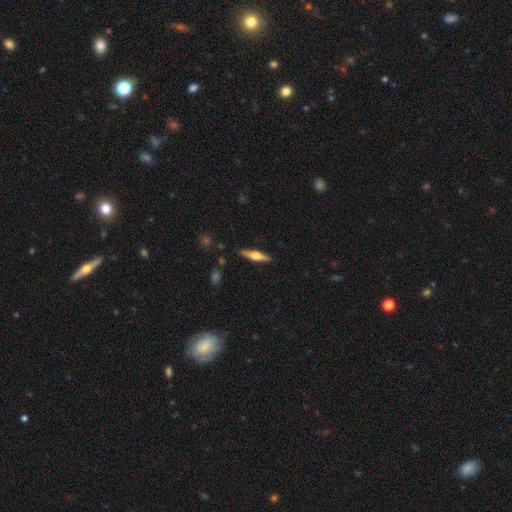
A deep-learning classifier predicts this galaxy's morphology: smooth_or_featured: featured or disk (p=0.58) [alt: smooth p=0.37]
disk_edge_on: yes (p=0.96) [alt: no p=0.04]
edge_on_bulge: rounded (p=0.90) [alt: boxy p=0.07]
merging: none (p=0.88) [alt: minor disturbance p=0.09]